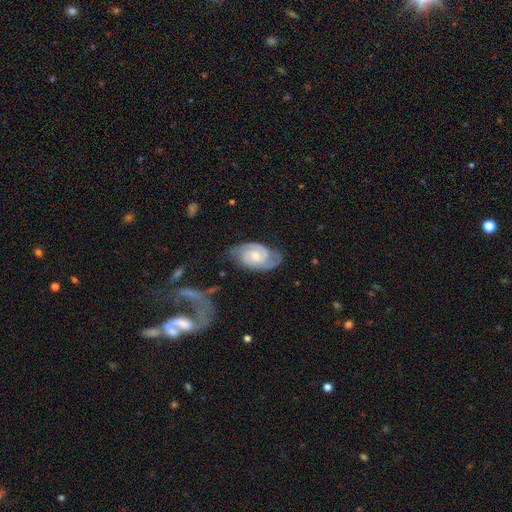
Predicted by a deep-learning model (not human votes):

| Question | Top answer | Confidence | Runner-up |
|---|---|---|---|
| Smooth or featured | featured or disk | 86% | smooth (10%) |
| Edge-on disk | no | 97% | yes (3%) |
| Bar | no | 57% | weak (37%) |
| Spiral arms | yes | 97% | no (3%) |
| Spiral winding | tight | 54% | medium (39%) |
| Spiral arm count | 2 | 80% | 3 (8%) |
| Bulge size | moderate | 50% | small (42%) |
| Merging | none | 74% | minor disturbance (19%) |